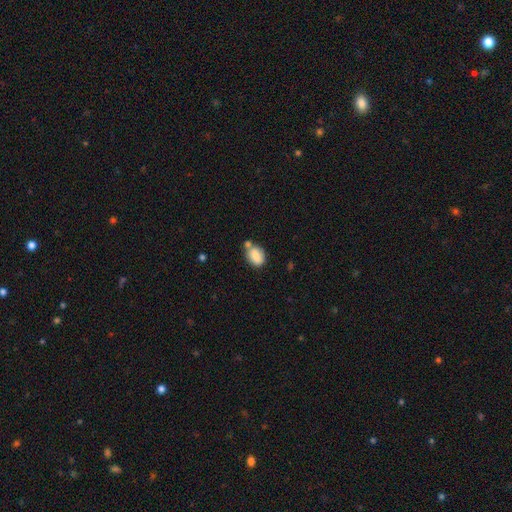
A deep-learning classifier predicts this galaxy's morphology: Smooth or featured?
  - smooth: 82% *
  - featured or disk: 10%
  - star or artifact: 8%
How rounded?
  - in between: 68% *
  - round: 31%
  - cigar-shaped: 1%
Merging?
  - none: 53% *
  - merger: 25%
  - minor disturbance: 17%
  - major disturbance: 5%